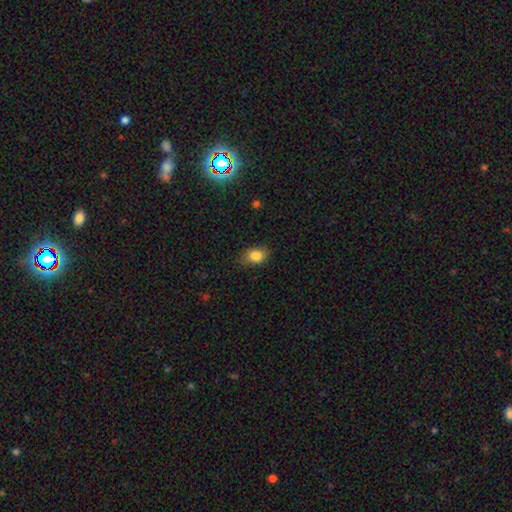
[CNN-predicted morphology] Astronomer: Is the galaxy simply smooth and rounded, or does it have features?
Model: smooth — 84%.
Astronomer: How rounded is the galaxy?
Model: in between — 69%.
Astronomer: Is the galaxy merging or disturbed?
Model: none — 75%.